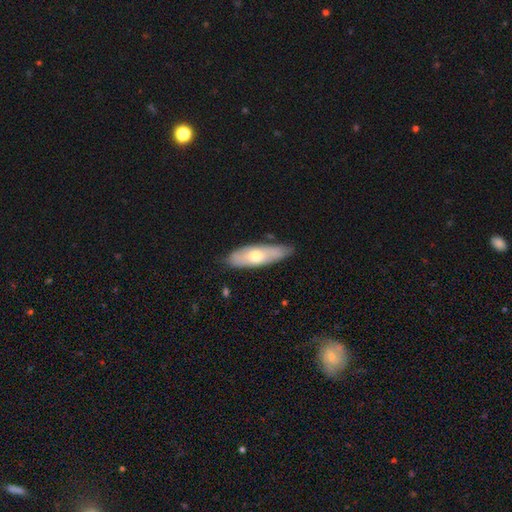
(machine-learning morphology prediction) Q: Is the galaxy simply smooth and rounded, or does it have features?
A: smooth — 54%.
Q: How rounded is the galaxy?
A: in between — 58%.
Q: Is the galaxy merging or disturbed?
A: none — 77%.